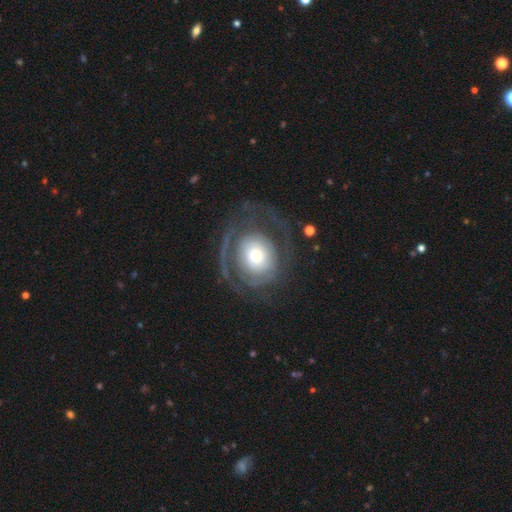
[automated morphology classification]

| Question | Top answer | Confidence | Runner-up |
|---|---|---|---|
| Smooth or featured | featured or disk | 70% | smooth (23%) |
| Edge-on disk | no | 96% | yes (4%) |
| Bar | no | 79% | weak (15%) |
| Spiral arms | yes | 77% | no (23%) |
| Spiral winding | tight | 53% | medium (30%) |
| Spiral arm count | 2 | 44% | can't tell (26%) |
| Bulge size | moderate | 39% | small (30%) |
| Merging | none | 58% | major disturbance (25%) |